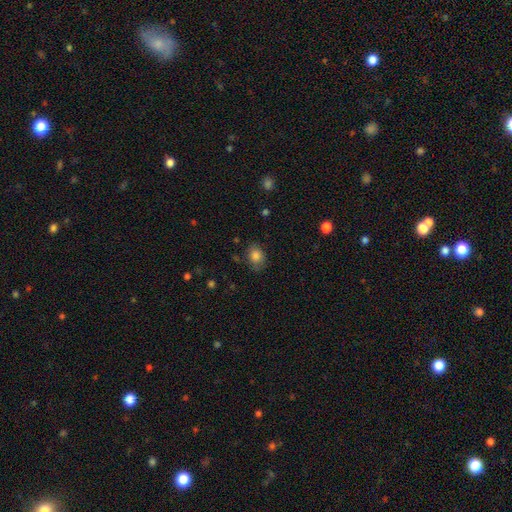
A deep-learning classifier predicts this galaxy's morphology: A smooth galaxy with no disk features (83%) that is in between round and cigar-shaped (57%). Merging: none (73%).